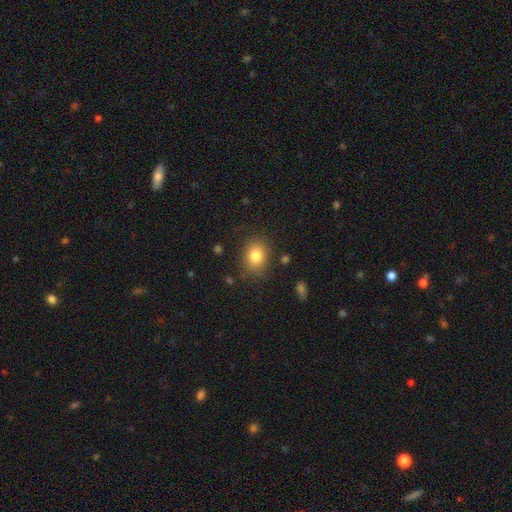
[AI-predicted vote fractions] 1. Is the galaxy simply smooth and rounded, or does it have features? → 81% smooth, 11% star or artifact, 9% featured or disk.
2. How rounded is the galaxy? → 55% round, 44% in between, 1% cigar-shaped.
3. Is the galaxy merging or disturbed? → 82% none, 12% minor disturbance, 4% major disturbance, 2% merger.